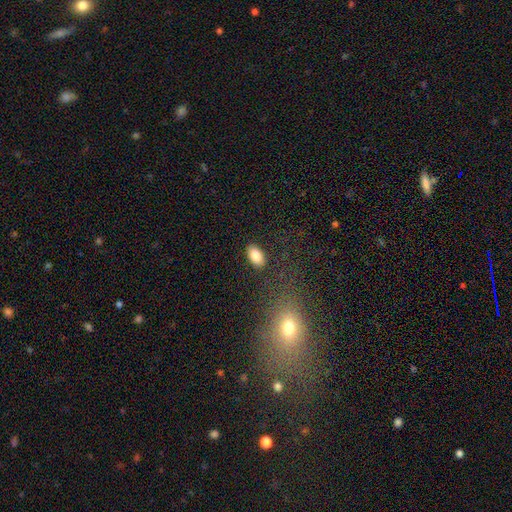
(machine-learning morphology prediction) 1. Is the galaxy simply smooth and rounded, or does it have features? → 85% smooth, 8% star or artifact, 7% featured or disk.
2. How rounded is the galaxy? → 92% in between, 6% round, 2% cigar-shaped.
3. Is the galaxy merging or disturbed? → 87% none, 9% minor disturbance, 3% major disturbance, 2% merger.